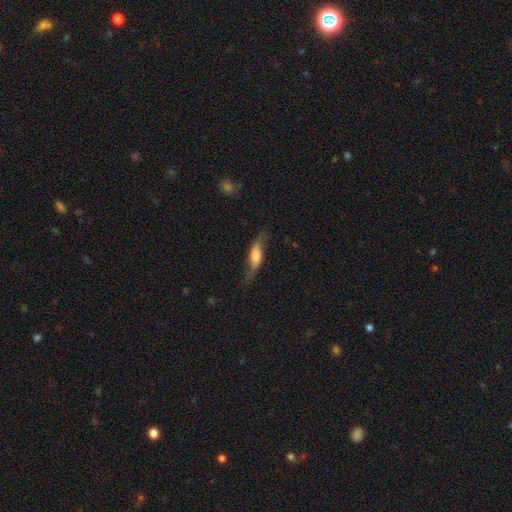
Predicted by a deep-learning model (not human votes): featured or disk 47%, smooth 46%, star or artifact 7%. Down the decision tree: merging — none (63%).